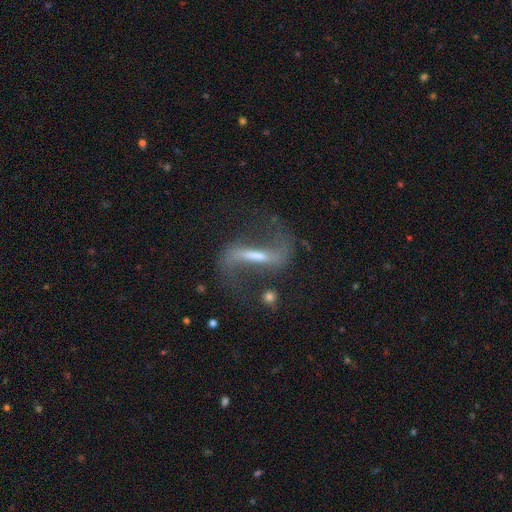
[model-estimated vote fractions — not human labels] Smooth or featured? Predicted: featured or disk (p=0.88). Edge-on disk? Predicted: no (p=0.89). Bar? Predicted: strong (p=0.68). Spiral arms? Predicted: yes (p=0.95). Spiral winding? Predicted: loose (p=0.74). Spiral arm count? Predicted: 2 (p=0.93). Bulge size? Predicted: small (p=0.48). Merging? Predicted: none (p=0.73).